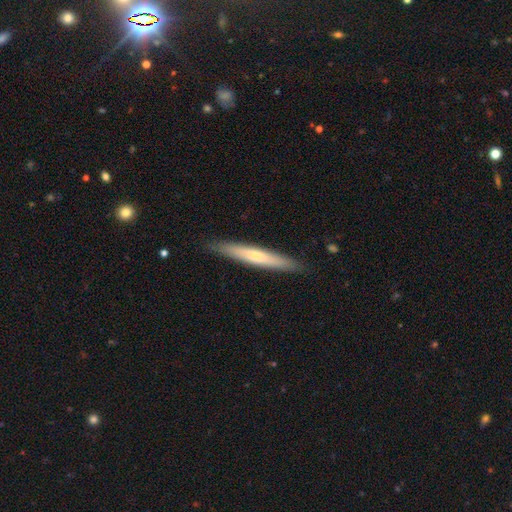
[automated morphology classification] smooth 58%, featured or disk 37%, star or artifact 5%. Down the decision tree: how rounded — cigar-shaped (94%); merging — none (89%).